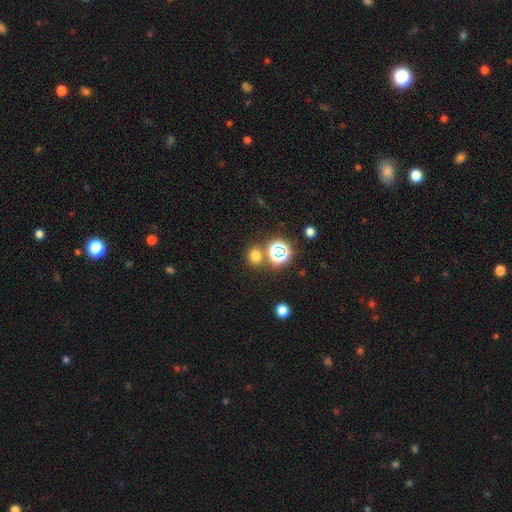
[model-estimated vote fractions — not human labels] Smooth or featured? Predicted: smooth (p=0.68). How rounded? Predicted: round (p=0.77). Merging? Predicted: none (p=0.75).